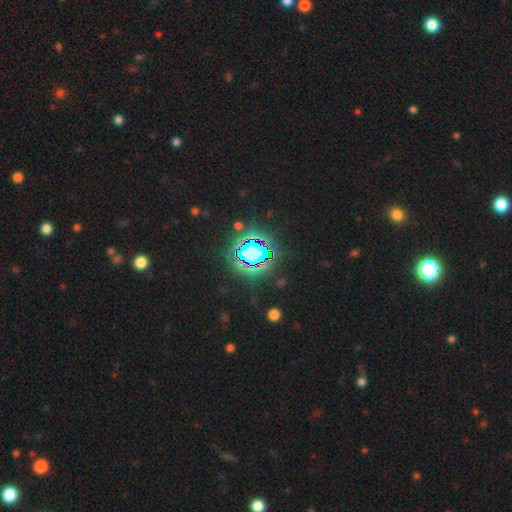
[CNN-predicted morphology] star or artifact 81%, smooth 12%, featured or disk 7%.